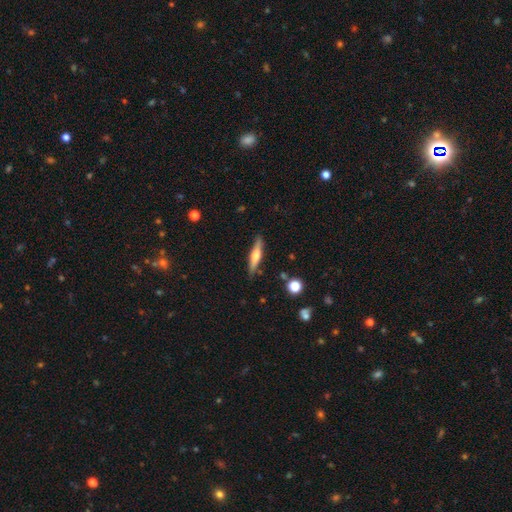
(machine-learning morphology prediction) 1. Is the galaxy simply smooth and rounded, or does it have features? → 51% featured or disk, 43% smooth, 7% star or artifact.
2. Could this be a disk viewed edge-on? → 94% yes, 6% no.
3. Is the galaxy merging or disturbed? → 86% none, 10% minor disturbance, 2% major disturbance, 2% merger.